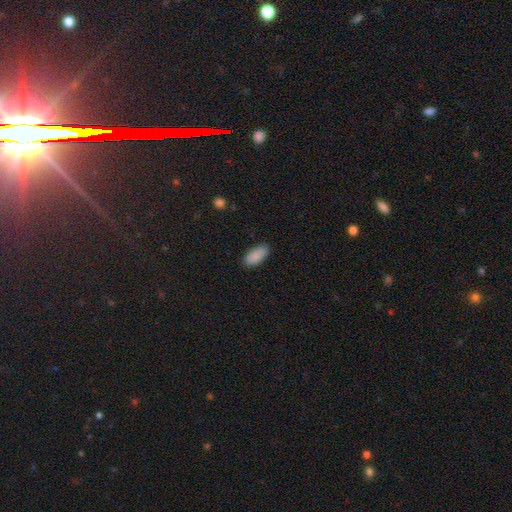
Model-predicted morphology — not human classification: smooth-or-featured: smooth: 89% | star or artifact: 7% | featured or disk: 4%
  how-rounded: in between: 92% | cigar-shaped: 6% | round: 2%
  merging: none: 85% | minor disturbance: 12% | major disturbance: 2% | merger: 1%